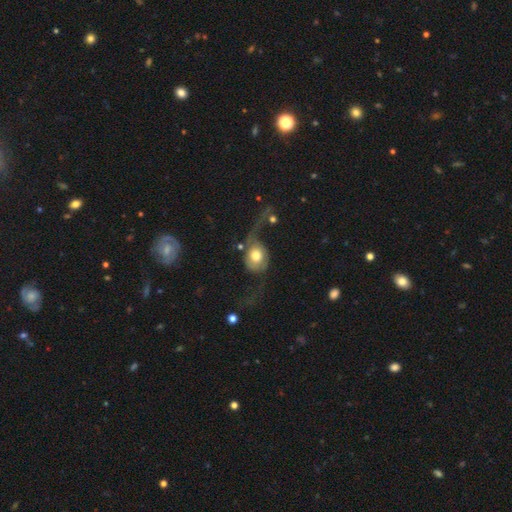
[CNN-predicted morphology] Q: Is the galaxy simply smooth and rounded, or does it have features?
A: smooth — 50%.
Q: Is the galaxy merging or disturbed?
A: major disturbance — 52%.